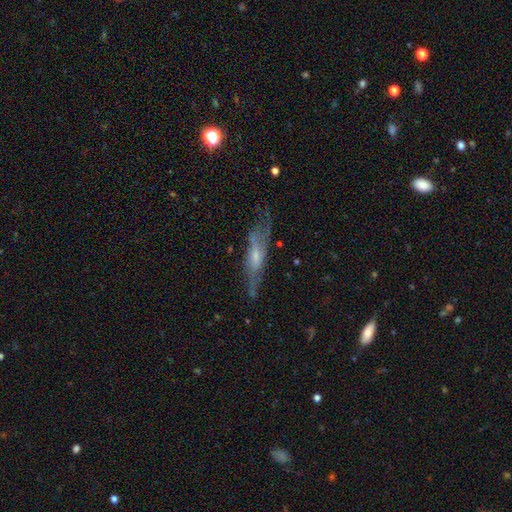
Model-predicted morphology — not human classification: type=featured or disk (65%); edge-on=yes (57%); merging=none (57%).